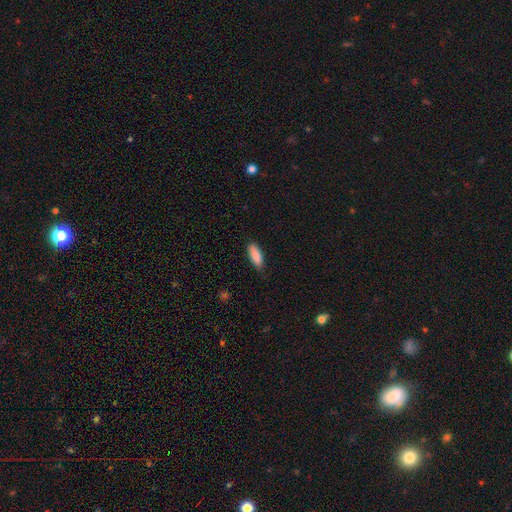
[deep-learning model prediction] Overall: smooth (88%). How rounded: in between (70%). Merging: none (80%).